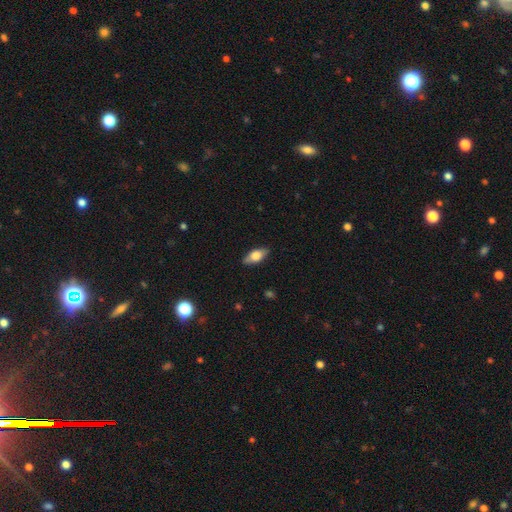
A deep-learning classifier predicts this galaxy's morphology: Smooth or featured? smooth (65%)
How rounded? in between (83%)
Merging? none (86%)